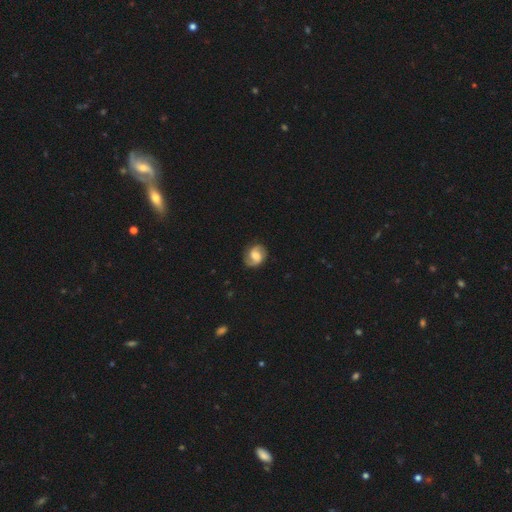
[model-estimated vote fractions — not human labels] Overall: featured or disk (70%). Edge-on disk: no (98%). Bar: weak (48%; no 39%). Spiral arms: yes (94%). Spiral arm count: 2 (88%). Spiral winding: medium (46%; loose 31%). Bulge size: moderate (49%; small 21%). Merging: none (81%).